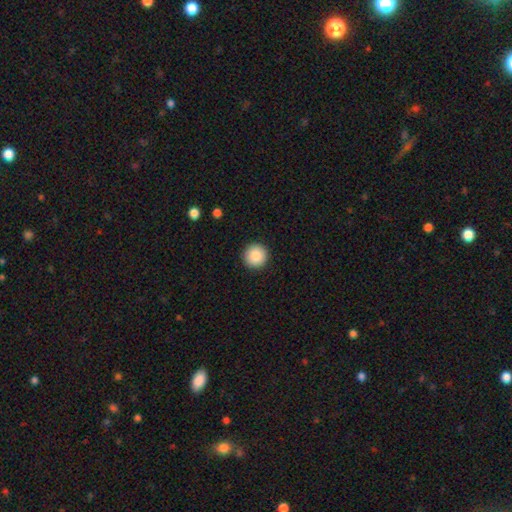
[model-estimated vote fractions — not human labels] Morphology: type=smooth (88%); roundness=round (95%); merging=none (93%).